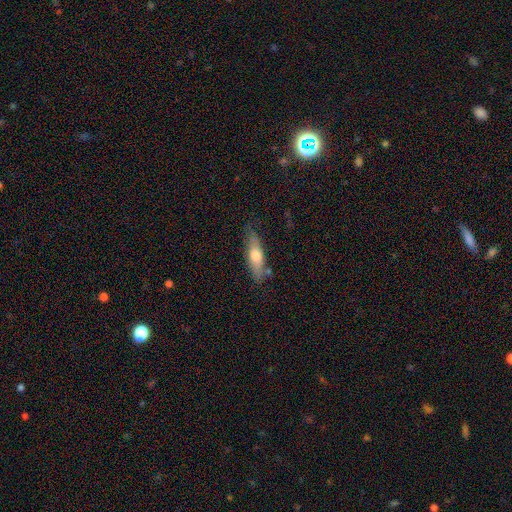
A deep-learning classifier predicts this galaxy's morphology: type=smooth (58%); roundness=cigar-shaped (59%); merging=none (77%).